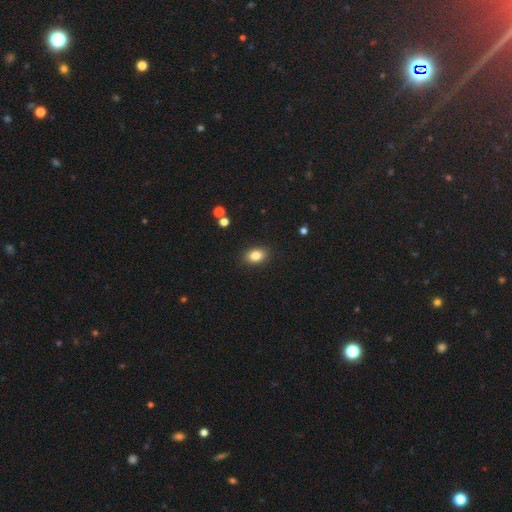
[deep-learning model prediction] Q: Smooth or featured?
A: smooth (84%); runner-up: star or artifact (9%)
Q: How rounded?
A: in between (82%); runner-up: round (17%)
Q: Merging?
A: none (89%); runner-up: minor disturbance (8%)